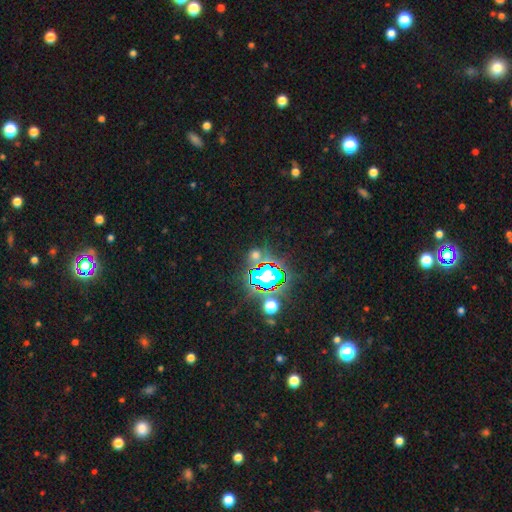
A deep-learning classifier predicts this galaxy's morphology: Smooth or featured: star or artifact — 59% (smooth — 31%)